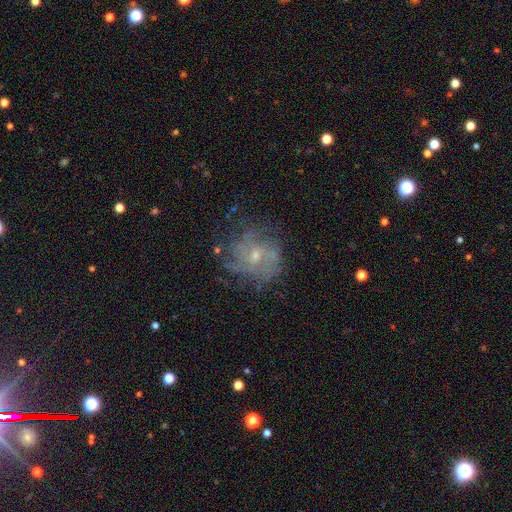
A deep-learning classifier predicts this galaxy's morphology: Overall: featured or disk (71%). Edge-on disk: no (97%). Bar: no (66%; weak 30%). Spiral arms: yes (80%). Spiral arm count: can't tell (46%; 3 15%). Spiral winding: tight (43%; medium 38%). Bulge size: small (63%; moderate 31%). Merging: none (65%).